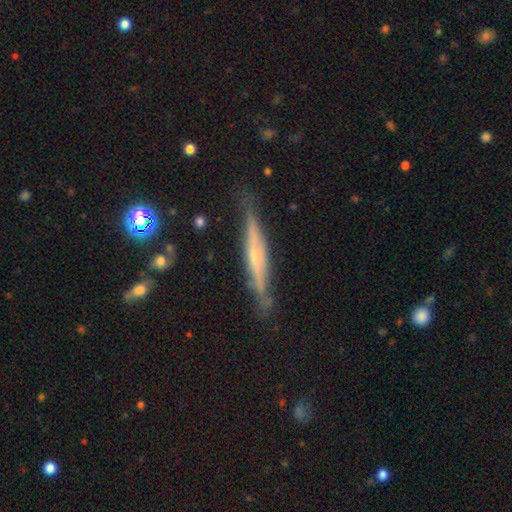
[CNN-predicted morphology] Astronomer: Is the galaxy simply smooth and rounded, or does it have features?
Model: featured or disk — 66%.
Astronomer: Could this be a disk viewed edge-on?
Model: yes — 93%.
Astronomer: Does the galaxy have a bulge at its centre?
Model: rounded — 51% (runner-up: none, 37%).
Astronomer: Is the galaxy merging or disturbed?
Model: none — 77%.